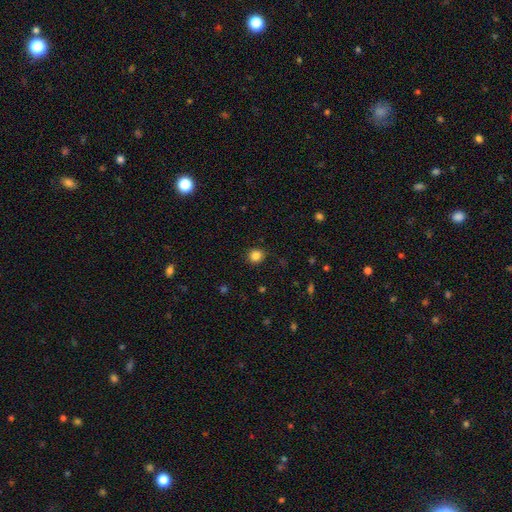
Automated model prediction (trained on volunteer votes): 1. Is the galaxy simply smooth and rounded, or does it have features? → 85% smooth, 11% star or artifact, 4% featured or disk.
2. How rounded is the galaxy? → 87% round, 12% in between, 1% cigar-shaped.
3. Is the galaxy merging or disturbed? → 88% none, 9% minor disturbance, 2% major disturbance, 1% merger.